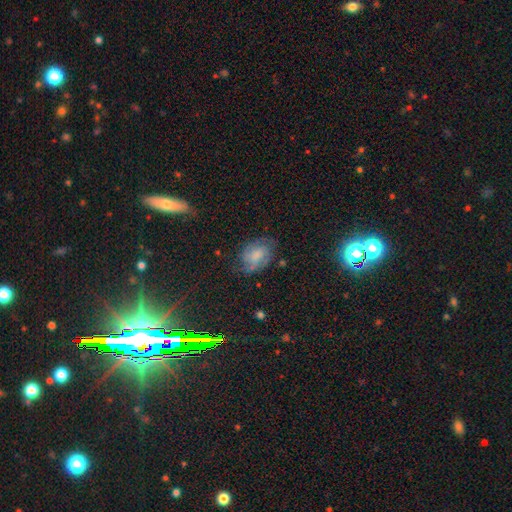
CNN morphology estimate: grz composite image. It shows a featured or disk galaxy (53%) with no bar (62%), spiral arms (86%) and a moderate central bulge (30%). Merging: none (62%).